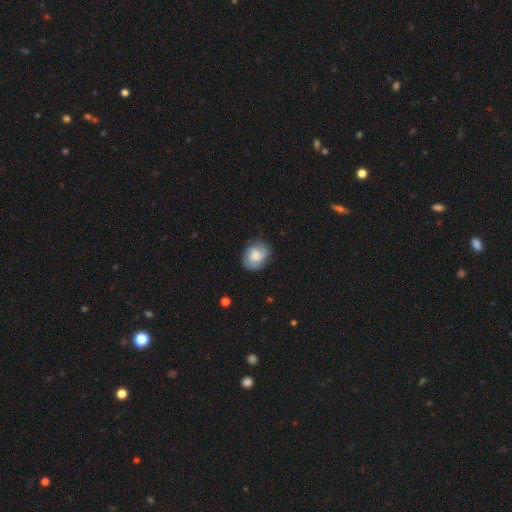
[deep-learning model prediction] A featured or disk galaxy (54%) with no bar (69%), spiral arms (89%) and a moderate central bulge (38%). Merging: none (74%).